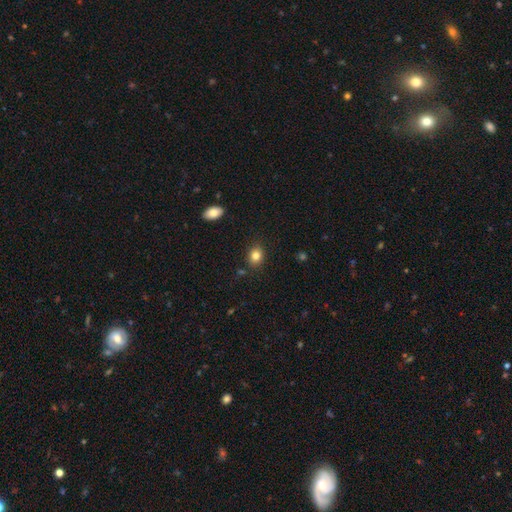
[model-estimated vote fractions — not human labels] Morphology: type=smooth (83%); roundness=in between (54%); merging=none (85%).